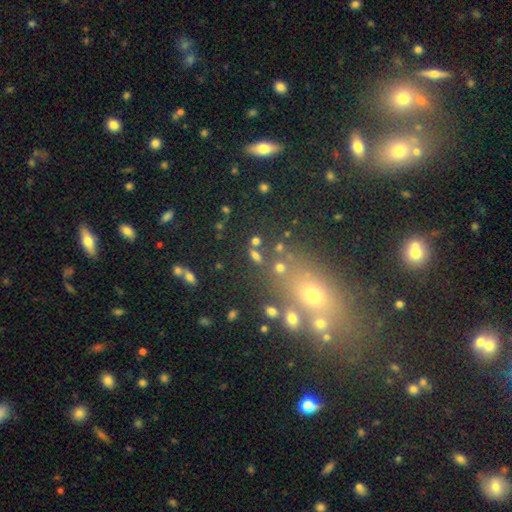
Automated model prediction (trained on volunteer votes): Morphology: type=smooth (66%); roundness=in between (70%); merging=none (67%).